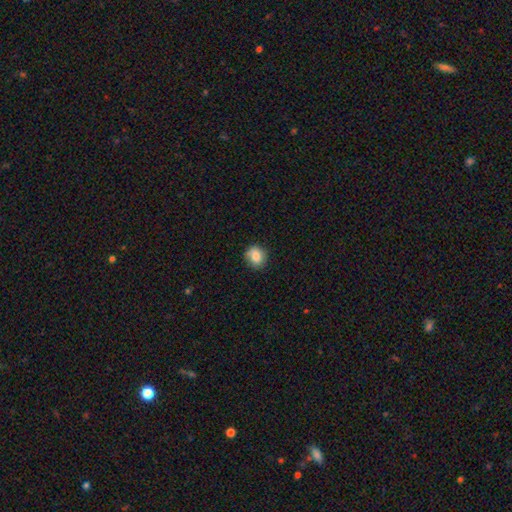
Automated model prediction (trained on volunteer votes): Smooth or featured? Predicted: smooth (p=0.81). How rounded? Predicted: round (p=0.74). Merging? Predicted: none (p=0.78).